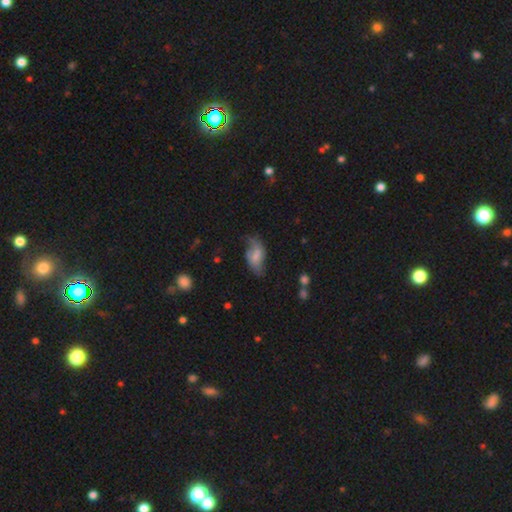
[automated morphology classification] smooth_or_featured: smooth (p=0.48) [alt: featured or disk p=0.44]
merging: none (p=0.41) [alt: minor disturbance p=0.32]